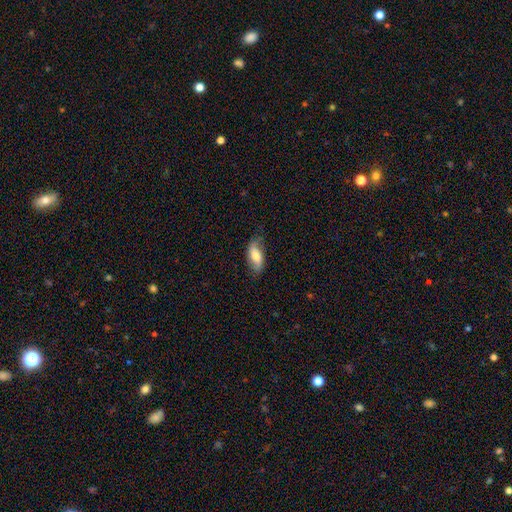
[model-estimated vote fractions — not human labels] smooth-or-featured: smooth: 55% | featured or disk: 39% | star or artifact: 7%
  how-rounded: in between: 86% | cigar-shaped: 10% | round: 4%
  merging: none: 69% | minor disturbance: 24% | major disturbance: 6% | merger: 1%